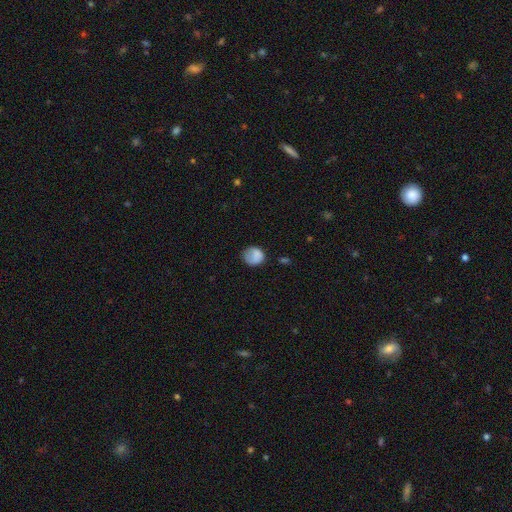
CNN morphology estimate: Overall: smooth (80%). How rounded: round (70%). Merging: none (58%; minor disturbance 27%).